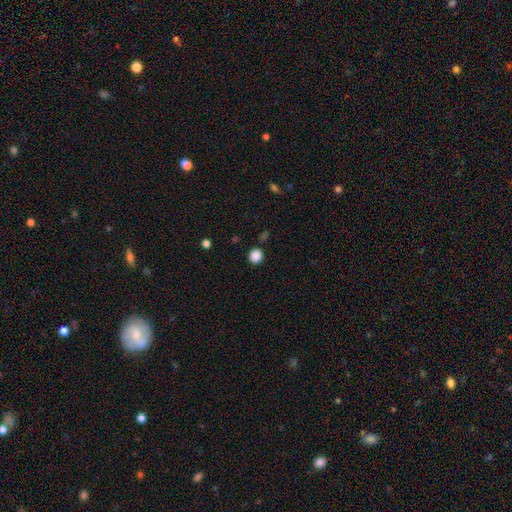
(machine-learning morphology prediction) The model was most divided on "smooth or featured": smooth: 87%, star or artifact: 10%, featured or disk: 3%. More confident: merging — none (90%); how rounded — round (88%).